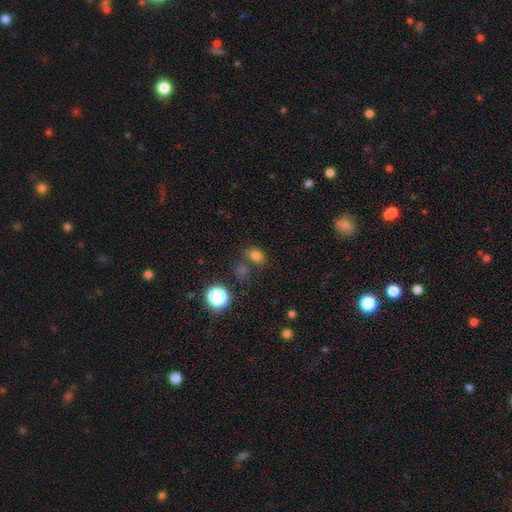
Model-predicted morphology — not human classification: This is likely a smooth galaxy (73%). How rounded: likely in between (62%). Merging: likely none (63%).